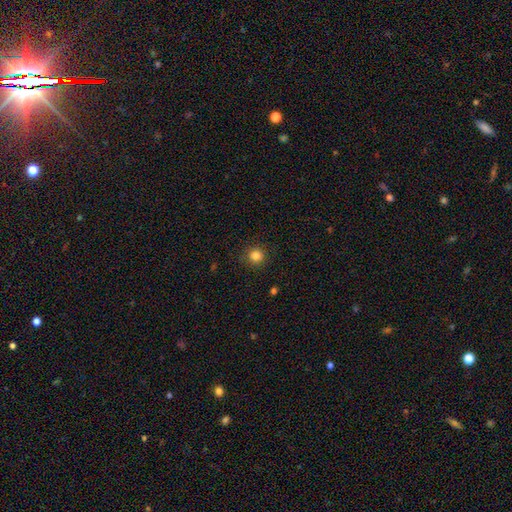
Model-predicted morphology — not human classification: Smooth or featured?
  - smooth: 83% *
  - star or artifact: 12%
  - featured or disk: 5%
How rounded?
  - round: 94% *
  - in between: 5%
  - cigar-shaped: 1%
Merging?
  - none: 91% *
  - minor disturbance: 6%
  - major disturbance: 2%
  - merger: 1%